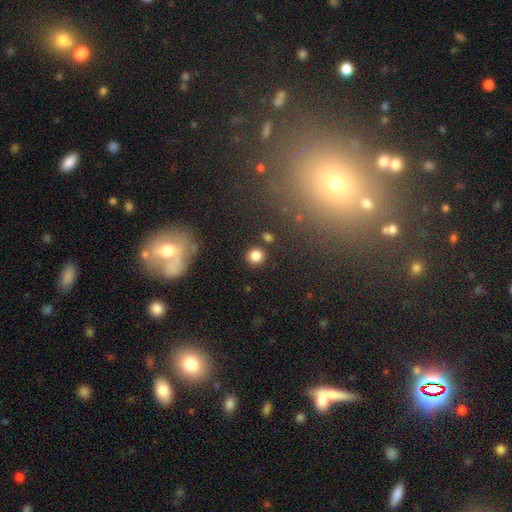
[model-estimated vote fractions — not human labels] Q: Smooth or featured?
A: smooth (83%); runner-up: star or artifact (11%)
Q: How rounded?
A: round (89%); runner-up: in between (10%)
Q: Merging?
A: none (86%); runner-up: minor disturbance (7%)